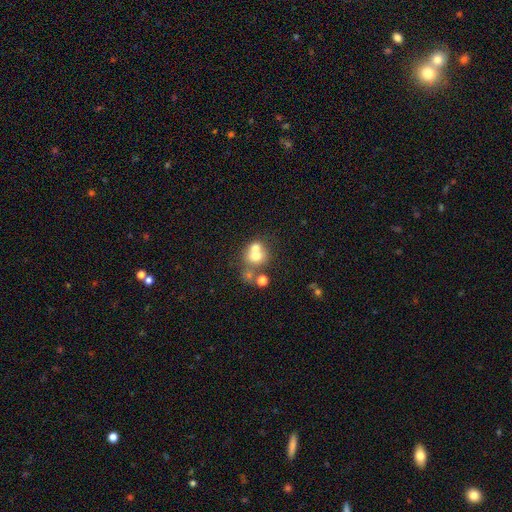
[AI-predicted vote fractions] Smooth or featured: smooth — 62% (featured or disk — 25%)
How rounded: round — 75% (in between — 24%)
Merging: merger — 57% (none — 32%)